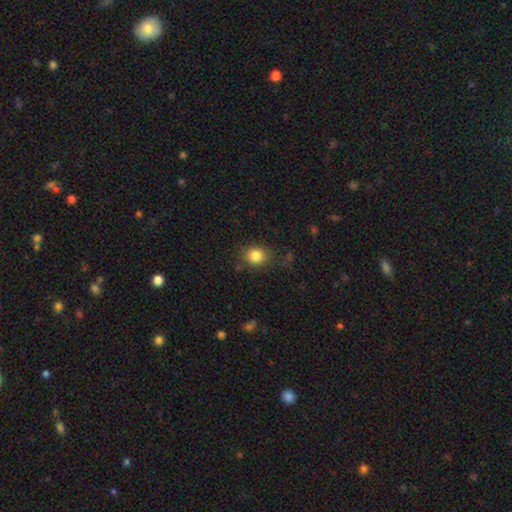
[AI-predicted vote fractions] The model was most divided on "how rounded": round: 71%, in between: 28%, cigar-shaped: 1%. More confident: smooth or featured — smooth (84%); merging — none (78%).